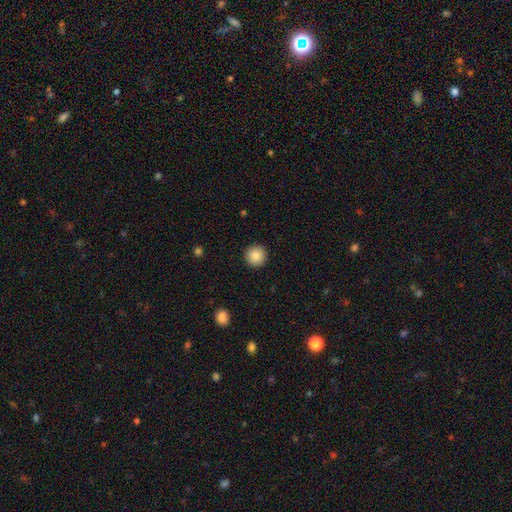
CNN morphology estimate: This is clearly a smooth galaxy (86%). How rounded: clearly round (96%). Merging: clearly none (93%).